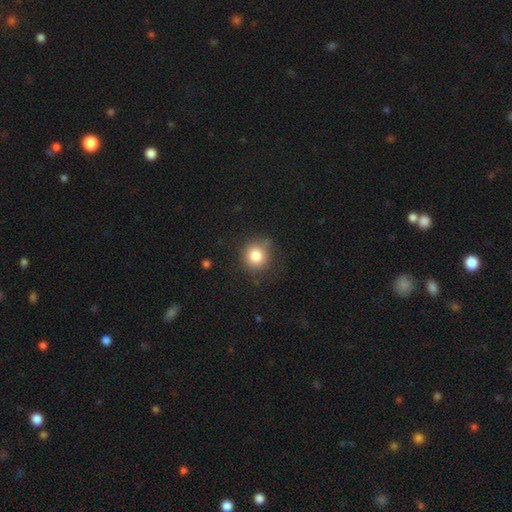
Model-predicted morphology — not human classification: A smooth galaxy with no disk features (83%) that is round (89%).

Vote fractions:
- Smooth or featured? smooth: 83% / star or artifact: 11% / featured or disk: 7%
- How rounded? round: 89% / in between: 10% / cigar-shaped: 1%
- Merging? none: 77% / minor disturbance: 16% / major disturbance: 4% / merger: 2%